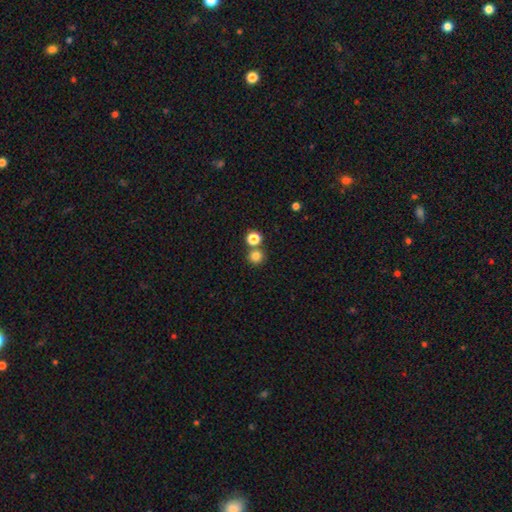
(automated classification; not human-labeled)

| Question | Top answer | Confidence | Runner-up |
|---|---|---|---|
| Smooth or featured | smooth | 81% | star or artifact (14%) |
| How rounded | round | 92% | in between (7%) |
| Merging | none | 69% | merger (22%) |